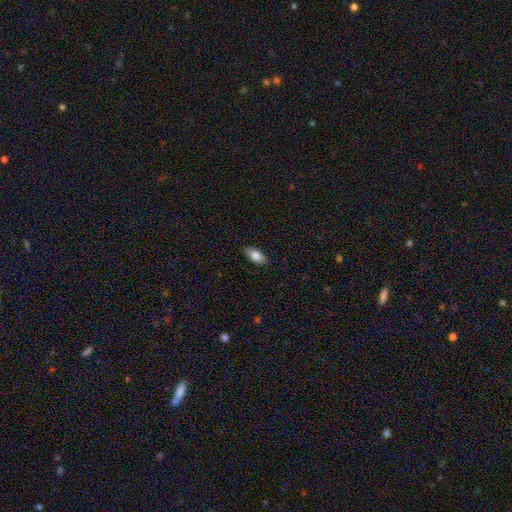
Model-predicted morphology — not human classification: A smooth galaxy with no disk features (82%) that is in between round and cigar-shaped (91%). Merging: none (88%).